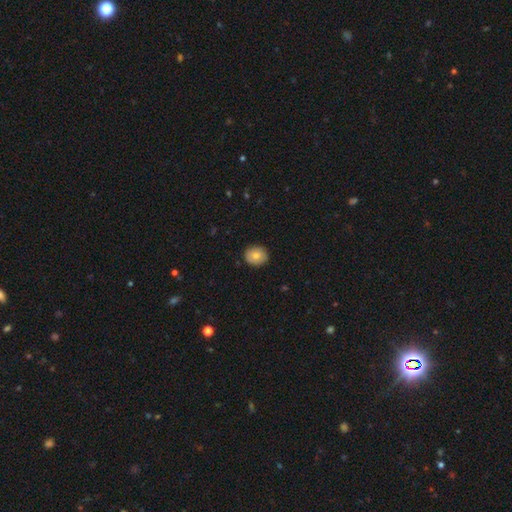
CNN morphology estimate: Smooth or featured: smooth — 78% (featured or disk — 14%)
How rounded: round — 73% (in between — 26%)
Merging: none — 89% (minor disturbance — 9%)